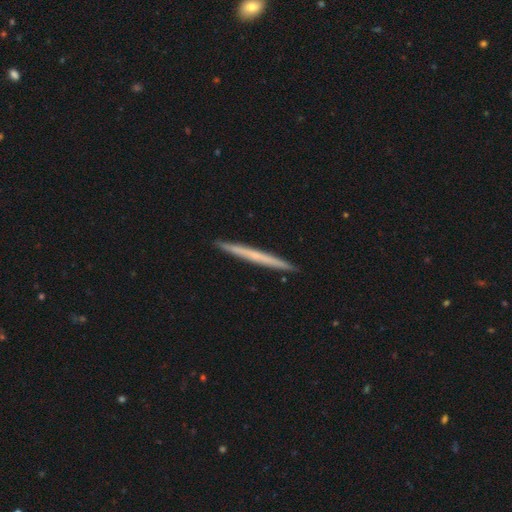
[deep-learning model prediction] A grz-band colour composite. It shows a featured or disk galaxy (50%). Merging: none (93%).